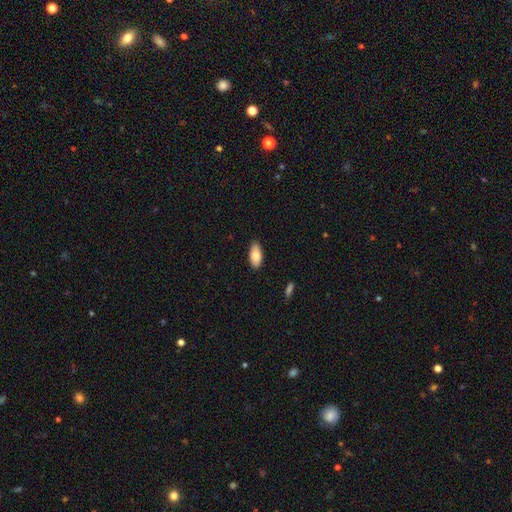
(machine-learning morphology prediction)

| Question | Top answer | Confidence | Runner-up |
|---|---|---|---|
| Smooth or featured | smooth | 84% | featured or disk (10%) |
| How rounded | in between | 90% | cigar-shaped (8%) |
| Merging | none | 87% | minor disturbance (11%) |